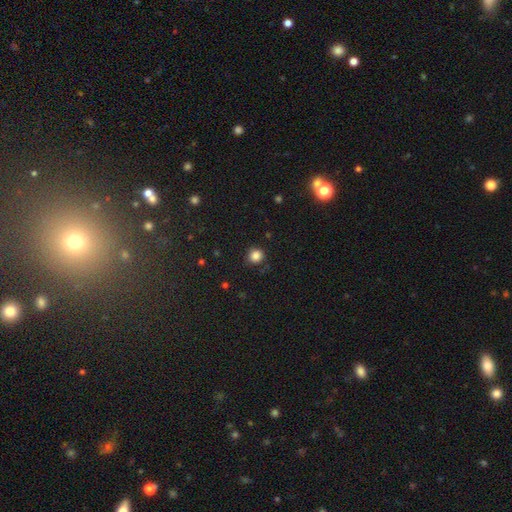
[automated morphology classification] This is clearly a smooth galaxy (84%). How rounded: clearly round (90%). Merging: clearly none (85%).